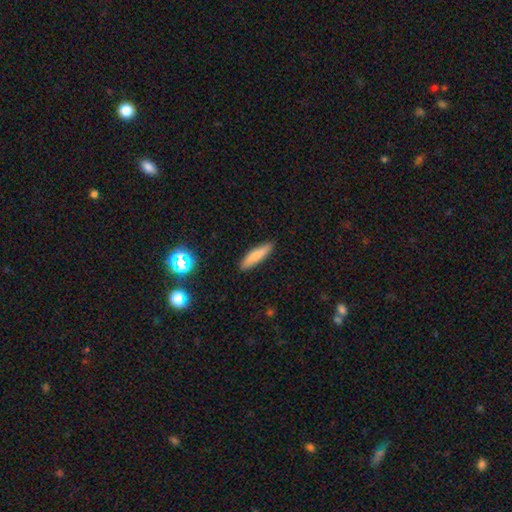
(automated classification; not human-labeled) Q: Smooth or featured?
A: smooth (82%); runner-up: featured or disk (11%)
Q: How rounded?
A: cigar-shaped (79%); runner-up: in between (19%)
Q: Merging?
A: none (89%); runner-up: minor disturbance (8%)